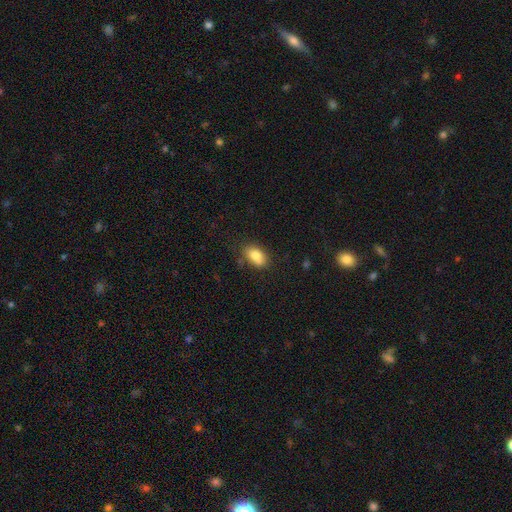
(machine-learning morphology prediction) Overall: smooth (82%). How rounded: in between (88%). Merging: none (72%).